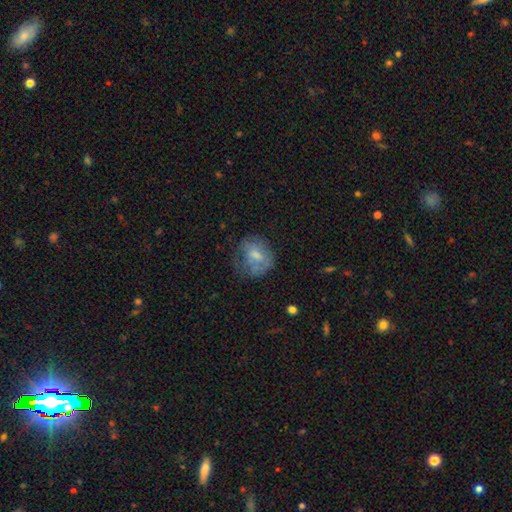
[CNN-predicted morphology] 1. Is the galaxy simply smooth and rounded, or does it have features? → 58% smooth, 33% featured or disk, 9% star or artifact.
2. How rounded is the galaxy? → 58% round, 41% in between, 1% cigar-shaped.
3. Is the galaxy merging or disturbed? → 46% none, 28% minor disturbance, 24% major disturbance, 3% merger.